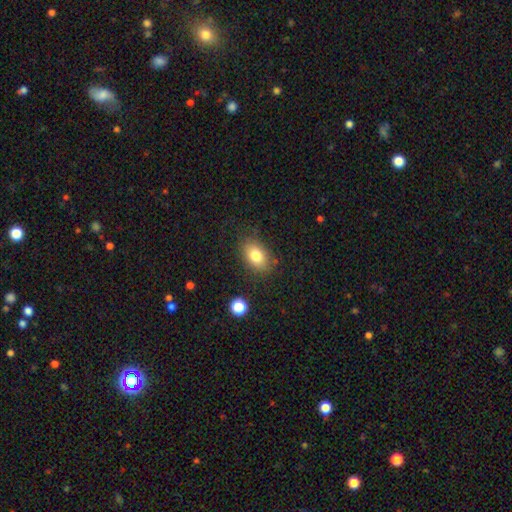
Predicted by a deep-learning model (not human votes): A smooth galaxy with no disk features (80%) that is in between round and cigar-shaped (83%). Merging: none (81%).